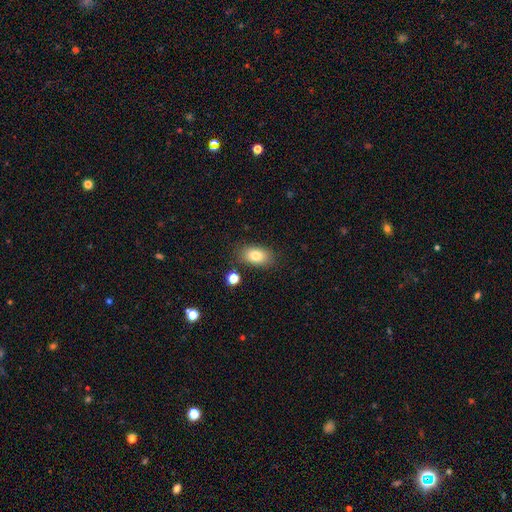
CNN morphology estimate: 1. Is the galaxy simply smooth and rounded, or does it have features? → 81% smooth, 10% featured or disk, 9% star or artifact.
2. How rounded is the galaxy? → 89% in between, 9% round, 2% cigar-shaped.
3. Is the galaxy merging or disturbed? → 81% none, 12% minor disturbance, 4% merger, 3% major disturbance.